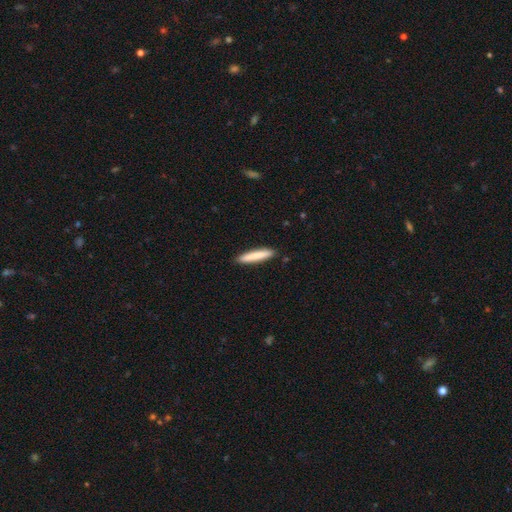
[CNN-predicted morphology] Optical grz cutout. It shows a smooth galaxy with no disk features (82%) that is cigar-shaped (92%). Merging: none (90%).